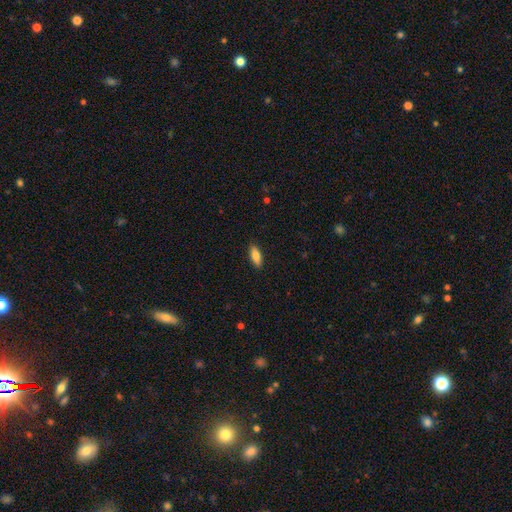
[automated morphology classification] Smooth or featured? Predicted: smooth (p=0.84). How rounded? Predicted: in between (p=0.70). Merging? Predicted: none (p=0.89).